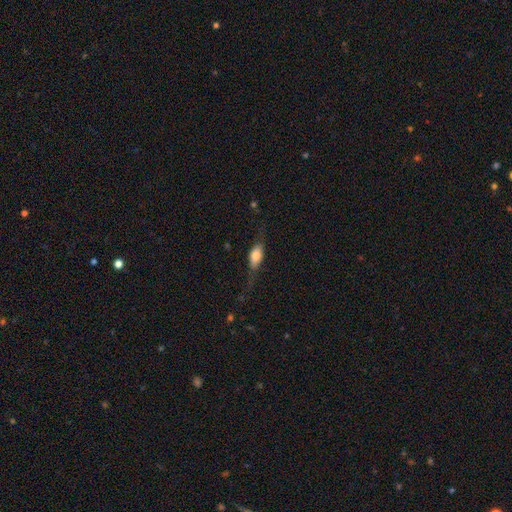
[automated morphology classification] Overall: smooth (59%; featured or disk 33%). How rounded: in between (72%). Merging: none (60%; minor disturbance 24%).